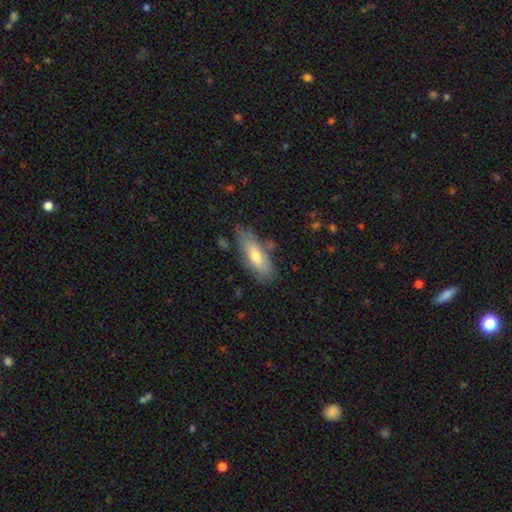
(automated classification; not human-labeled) Morphology: type=smooth (66%); roundness=in between (67%); merging=none (76%).